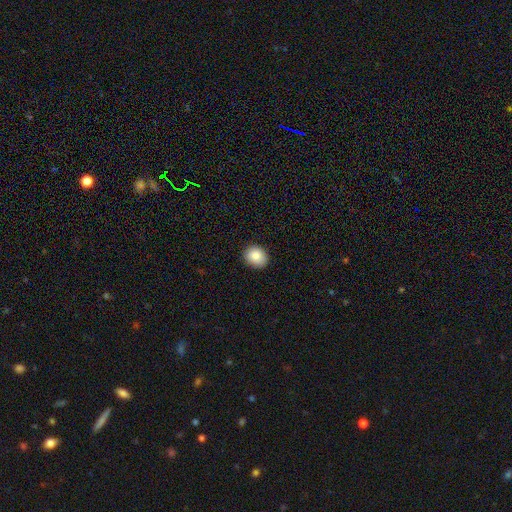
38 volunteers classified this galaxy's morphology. Volunteers were most divided on "how rounded": round: 64%, in between: 36%, cigar-shaped: 0%. More confident: merging — none (91%); smooth or featured — smooth (87%).